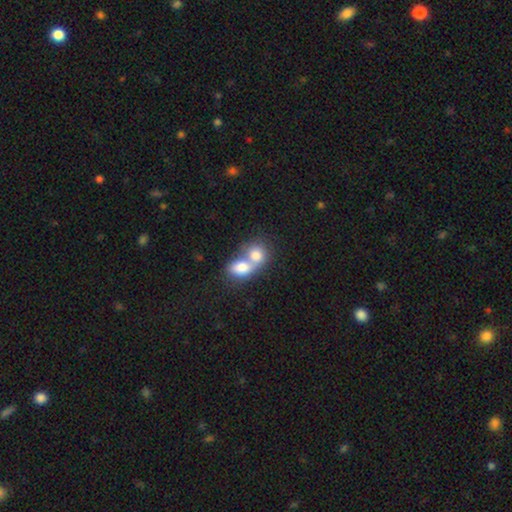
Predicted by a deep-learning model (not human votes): Q: Smooth or featured?
A: smooth (76%); runner-up: featured or disk (16%)
Q: How rounded?
A: round (51%); runner-up: in between (48%)
Q: Merging?
A: merger (76%); runner-up: none (17%)